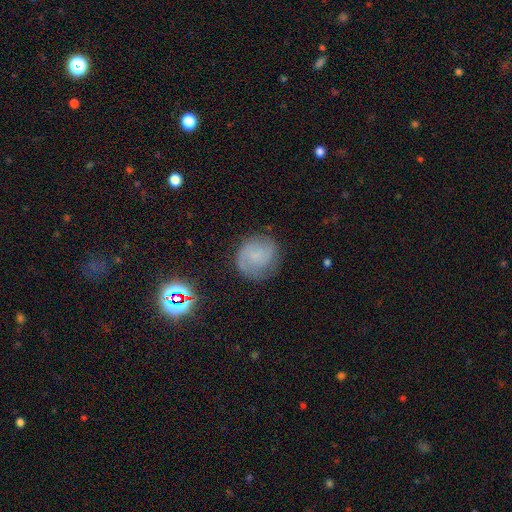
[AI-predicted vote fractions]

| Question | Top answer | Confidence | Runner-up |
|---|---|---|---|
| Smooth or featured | featured or disk | 54% | smooth (35%) |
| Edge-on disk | no | 98% | yes (2%) |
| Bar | no | 66% | weak (29%) |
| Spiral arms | yes | 89% | no (11%) |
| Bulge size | small | 45% | none (39%) |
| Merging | none | 75% | minor disturbance (16%) |